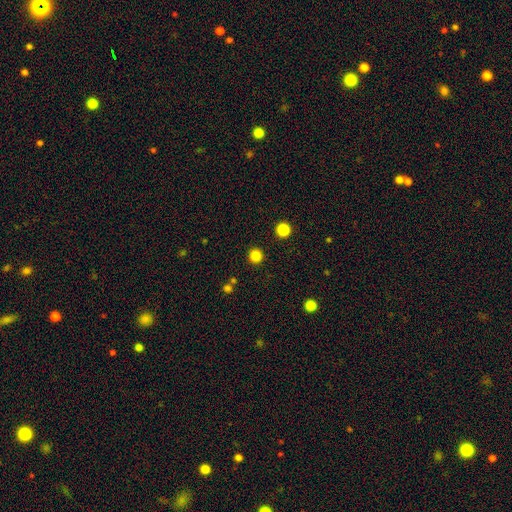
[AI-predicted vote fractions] The model was most divided on "smooth or featured": smooth: 84%, star or artifact: 13%, featured or disk: 4%. More confident: how rounded — round (95%); merging — none (91%).